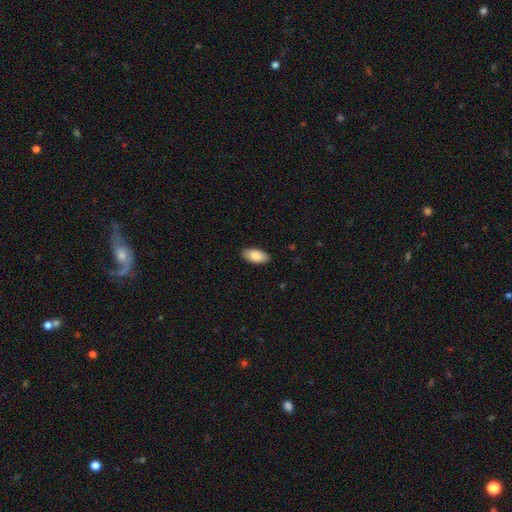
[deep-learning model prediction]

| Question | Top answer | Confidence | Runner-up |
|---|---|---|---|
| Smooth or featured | smooth | 85% | featured or disk (9%) |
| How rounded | in between | 94% | cigar-shaped (4%) |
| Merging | none | 89% | minor disturbance (8%) |